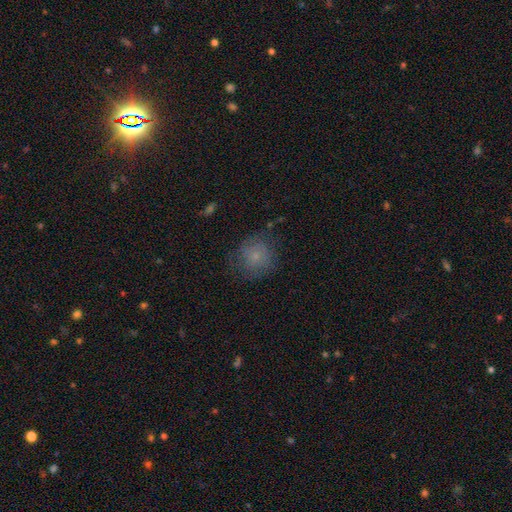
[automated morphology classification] A smooth galaxy with no disk features (69%) that is round (86%).

Vote fractions:
- Smooth or featured? smooth: 69% / featured or disk: 19% / star or artifact: 11%
- How rounded? round: 86% / in between: 13% / cigar-shaped: 1%
- Merging? none: 67% / minor disturbance: 21% / major disturbance: 11% / merger: 1%